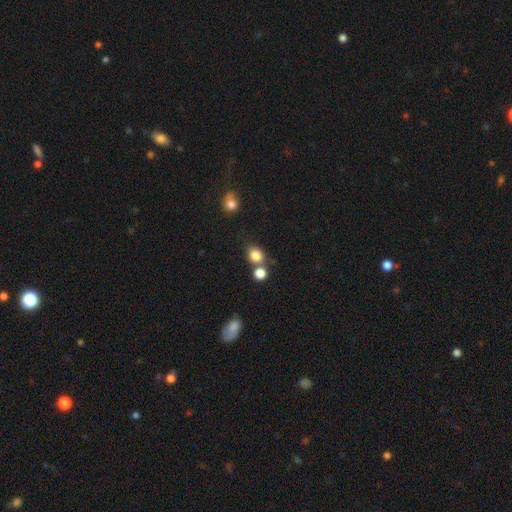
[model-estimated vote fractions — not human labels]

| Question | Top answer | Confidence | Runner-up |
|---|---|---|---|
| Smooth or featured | smooth | 82% | star or artifact (12%) |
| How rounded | round | 61% | in between (38%) |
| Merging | none | 60% | merger (25%) |